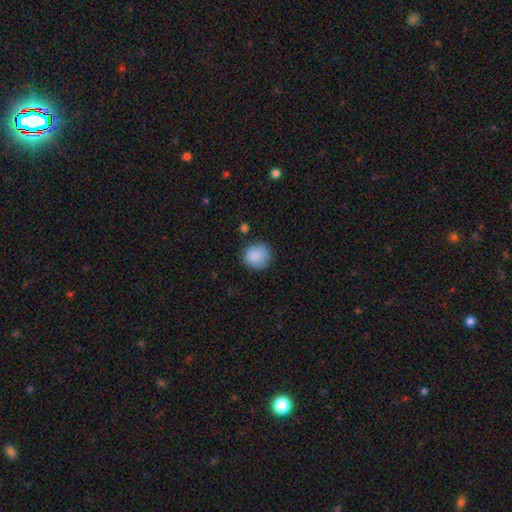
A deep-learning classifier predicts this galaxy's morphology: Smooth or featured: smooth — 88% (star or artifact — 8%)
How rounded: round — 87% (in between — 12%)
Merging: none — 82% (minor disturbance — 12%)